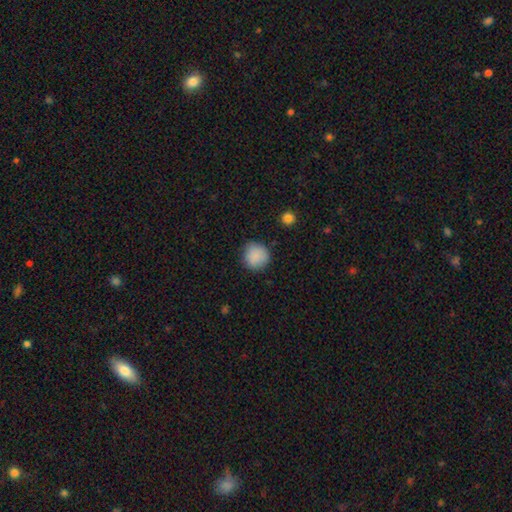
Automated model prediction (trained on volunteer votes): Smooth or featured?
  - smooth: 87% *
  - star or artifact: 8%
  - featured or disk: 4%
How rounded?
  - round: 93% *
  - in between: 6%
  - cigar-shaped: 1%
Merging?
  - none: 84% *
  - minor disturbance: 12%
  - major disturbance: 3%
  - merger: 2%